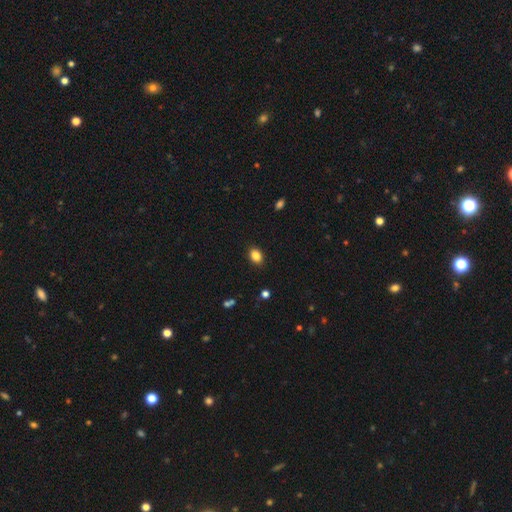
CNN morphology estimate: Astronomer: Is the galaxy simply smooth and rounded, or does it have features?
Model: smooth — 86%.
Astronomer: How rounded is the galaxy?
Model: in between — 75%.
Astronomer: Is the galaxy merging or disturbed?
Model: none — 89%.